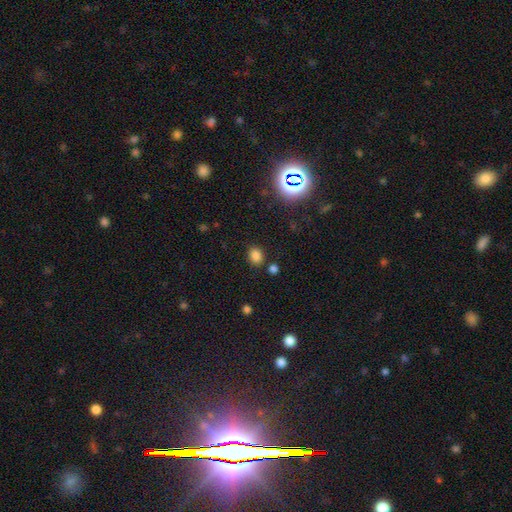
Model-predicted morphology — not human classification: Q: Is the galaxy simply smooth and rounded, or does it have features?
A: smooth — 79%.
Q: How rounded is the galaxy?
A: in between — 50%.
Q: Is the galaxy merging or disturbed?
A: none — 81%.